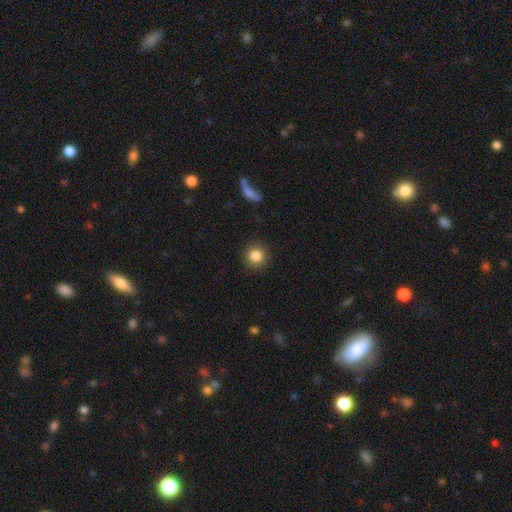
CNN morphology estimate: A smooth galaxy with no disk features (85%) that is round (92%).

Vote fractions:
- Smooth or featured? smooth: 85% / star or artifact: 10% / featured or disk: 6%
- How rounded? round: 92% / in between: 6% / cigar-shaped: 1%
- Merging? none: 90% / minor disturbance: 7% / major disturbance: 2% / merger: 1%